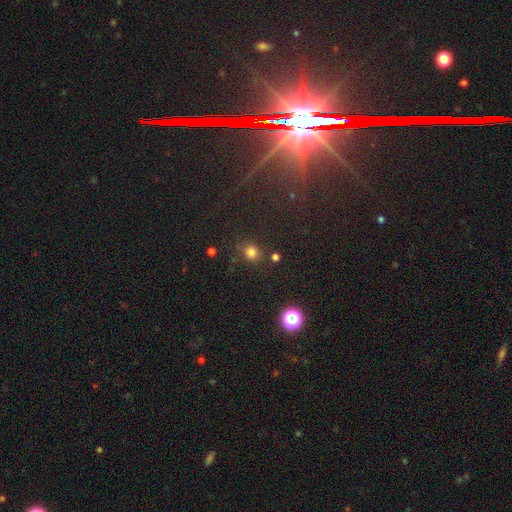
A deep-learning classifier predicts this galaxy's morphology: Smooth or featured: smooth — 47% (star or artifact — 44%)
Merging: none — 86% (minor disturbance — 7%)